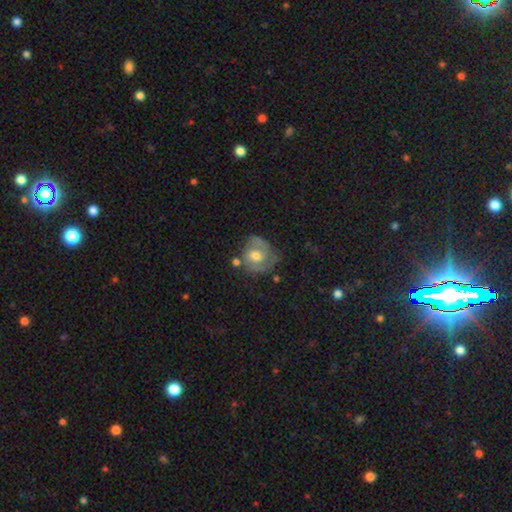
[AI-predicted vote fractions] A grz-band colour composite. It shows a featured or disk galaxy (72%) with no bar (57%), 2 (61%) tight (47%) spiral arms (87%) and a moderate central bulge (70%). Merging: none (59%).